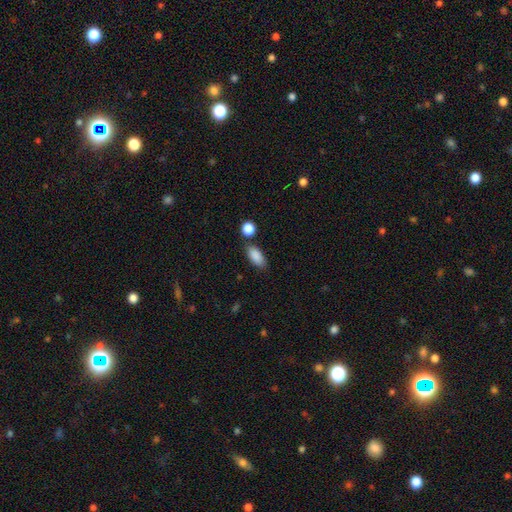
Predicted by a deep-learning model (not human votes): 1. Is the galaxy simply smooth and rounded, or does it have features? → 88% smooth, 7% star or artifact, 5% featured or disk.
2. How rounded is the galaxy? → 87% in between, 8% cigar-shaped, 4% round.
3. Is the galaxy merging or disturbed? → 75% none, 13% minor disturbance, 8% merger, 3% major disturbance.